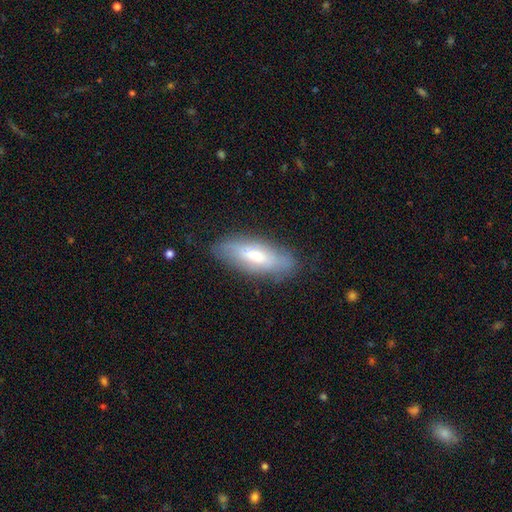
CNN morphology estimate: The model was most divided on "smooth or featured": smooth: 59%, featured or disk: 34%, star or artifact: 7%. More confident: merging — none (76%); how rounded — in between (66%).